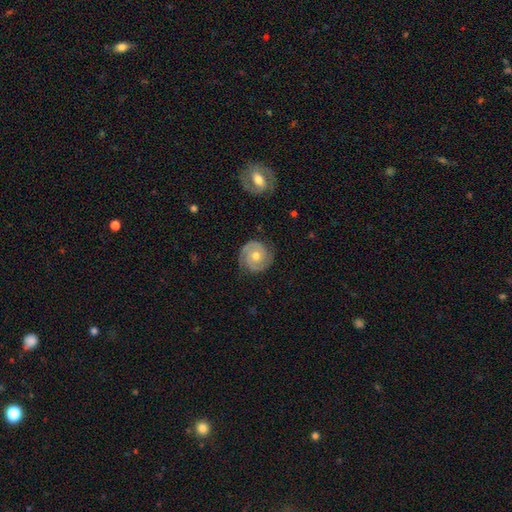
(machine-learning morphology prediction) Smooth or featured? featured or disk (81%)
Edge-on disk? no (98%)
Bar? no (75%)
Spiral arms? yes (96%)
Spiral winding? tight (69%)
Spiral arm count? 2 (87%)
Bulge size? moderate (74%)
Merging? none (84%)